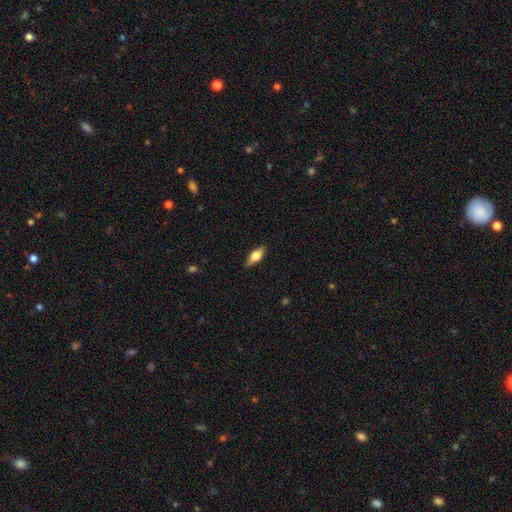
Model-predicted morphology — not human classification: Overall: smooth (51%; featured or disk 42%). How rounded: in between (72%). Merging: none (86%).